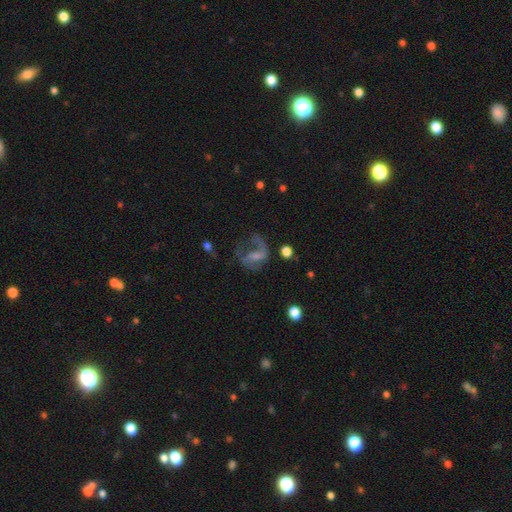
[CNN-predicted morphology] type=featured or disk (68%); edge-on=no (97%); bar=weak (42%); spiral arms=yes (78%); winding=loose (54%); arm count=2 (51%); bulge=small (44%); merging=major disturbance (40%).